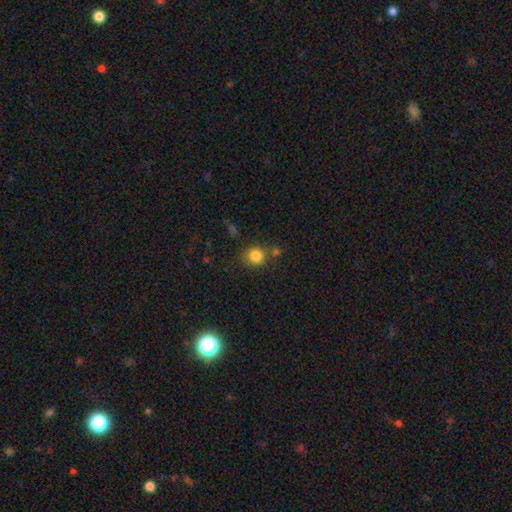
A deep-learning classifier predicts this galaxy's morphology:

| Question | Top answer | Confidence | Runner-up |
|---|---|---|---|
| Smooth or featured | smooth | 83% | star or artifact (11%) |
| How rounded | round | 86% | in between (13%) |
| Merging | none | 73% | minor disturbance (12%) |